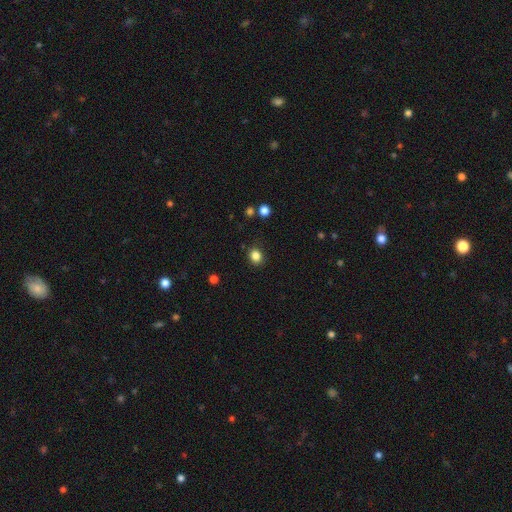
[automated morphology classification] Smooth or featured: smooth — 84% (star or artifact — 12%)
How rounded: round — 67% (in between — 33%)
Merging: none — 86% (minor disturbance — 10%)